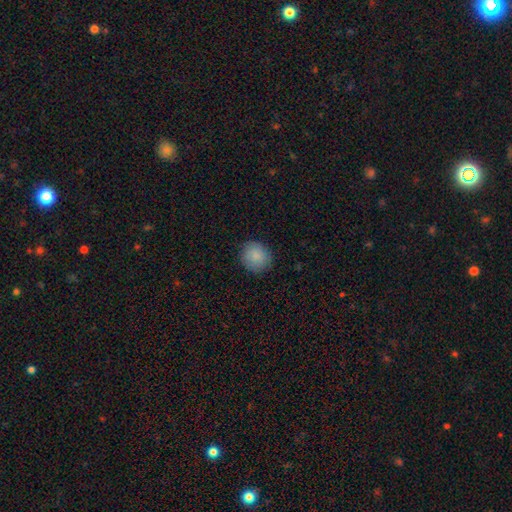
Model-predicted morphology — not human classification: Smooth or featured? smooth (87%)
How rounded? round (83%)
Merging? none (86%)